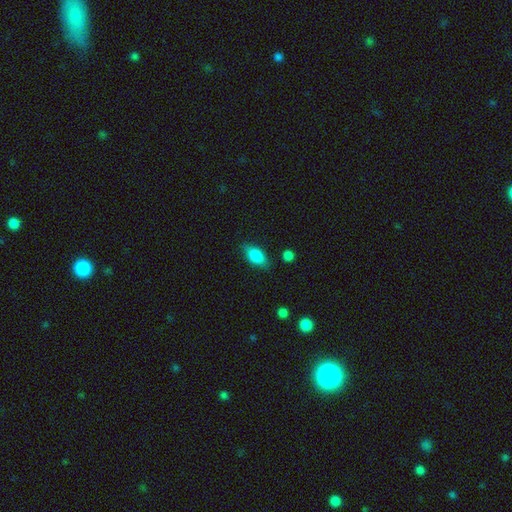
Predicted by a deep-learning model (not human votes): The model was most divided on "merging": none: 80%, minor disturbance: 14%, major disturbance: 3%, merger: 2%. More confident: how rounded — in between (87%); smooth or featured — smooth (81%).